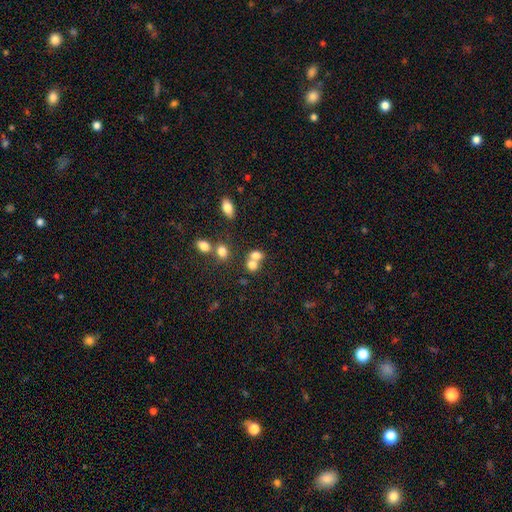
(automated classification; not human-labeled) The model was most divided on "how rounded": round: 55%, in between: 44%, cigar-shaped: 1%. More confident: smooth or featured — smooth (72%); merging — merger (56%).